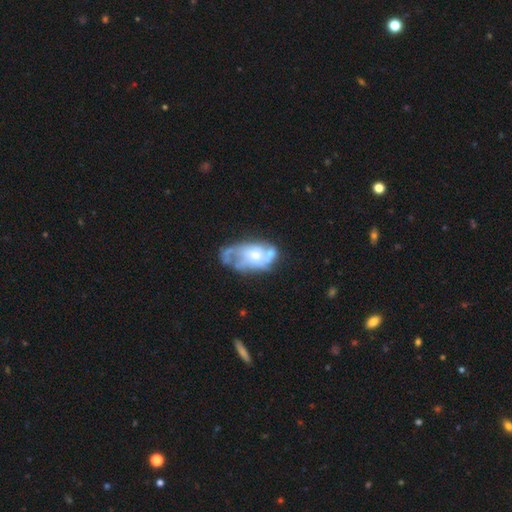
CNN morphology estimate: Overall: featured or disk (69%). Edge-on disk: no (96%). Bar: no (75%). Spiral arms: yes (57%; no 43%). Bulge size: moderate (46%; small 41%). Merging: none (35%; major disturbance 27%).